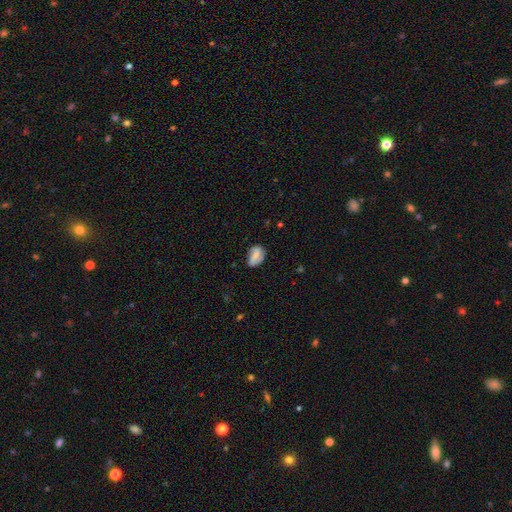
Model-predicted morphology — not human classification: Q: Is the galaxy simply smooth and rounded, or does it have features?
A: smooth — 64%.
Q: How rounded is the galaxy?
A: in between — 82%.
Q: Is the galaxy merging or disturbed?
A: none — 61%.